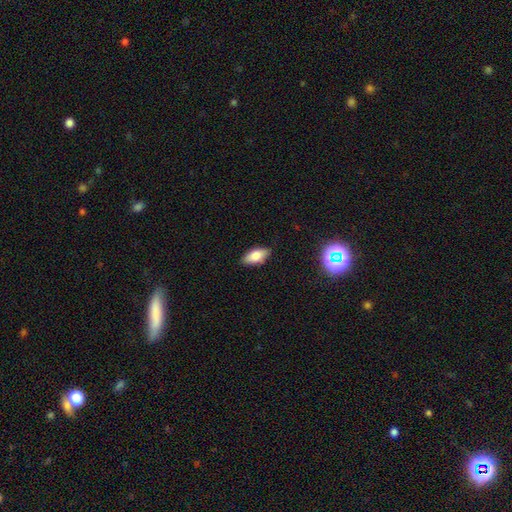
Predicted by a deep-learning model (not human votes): Smooth or featured?
  - smooth: 76% *
  - featured or disk: 16%
  - star or artifact: 8%
How rounded?
  - in between: 88% *
  - cigar-shaped: 9%
  - round: 3%
Merging?
  - none: 83% *
  - minor disturbance: 13%
  - major disturbance: 2%
  - merger: 1%